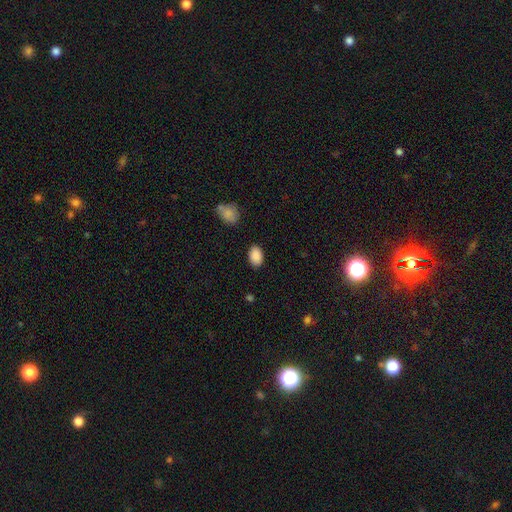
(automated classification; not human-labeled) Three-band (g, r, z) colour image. It shows a smooth galaxy with no disk features (90%) that is in between round and cigar-shaped (88%). Merging: none (85%).